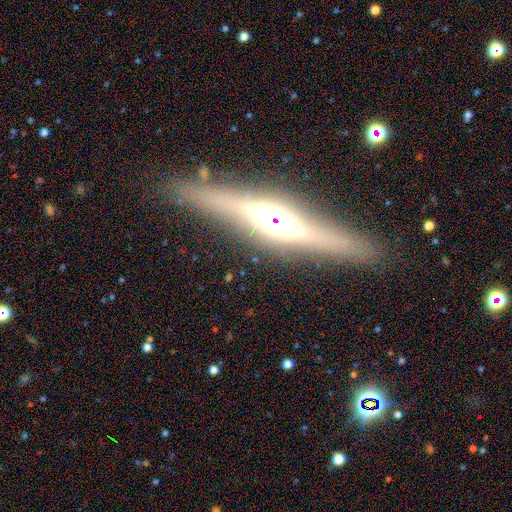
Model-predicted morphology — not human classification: Smooth or featured: featured or disk — 75% (smooth — 16%)
Edge-on disk: yes — 95% (no — 5%)
Edge-on bulge: rounded — 86% (boxy — 10%)
Merging: none — 88% (minor disturbance — 8%)